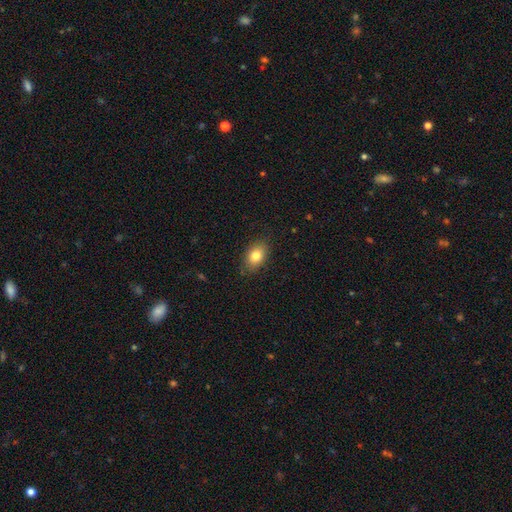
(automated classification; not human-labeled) A smooth galaxy with no disk features (81%) that is in between round and cigar-shaped (83%).

Vote fractions:
- Smooth or featured? smooth: 81% / featured or disk: 11% / star or artifact: 9%
- How rounded? in between: 83% / round: 15% / cigar-shaped: 2%
- Merging? none: 85% / minor disturbance: 12% / major disturbance: 3% / merger: 1%